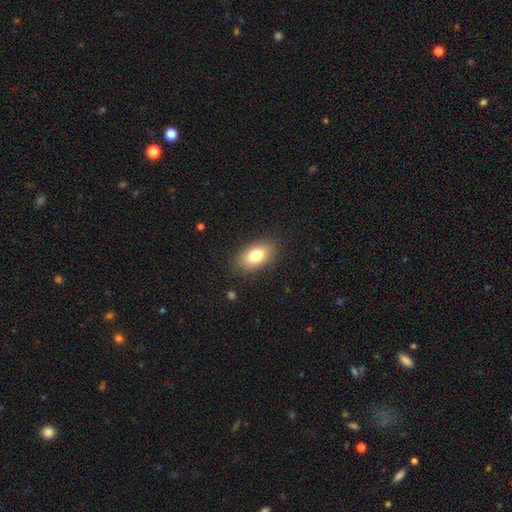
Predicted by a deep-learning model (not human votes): smooth-or-featured: smooth: 82% | featured or disk: 11% | star or artifact: 8%
  how-rounded: in between: 91% | round: 6% | cigar-shaped: 4%
  merging: none: 85% | minor disturbance: 11% | major disturbance: 3% | merger: 1%